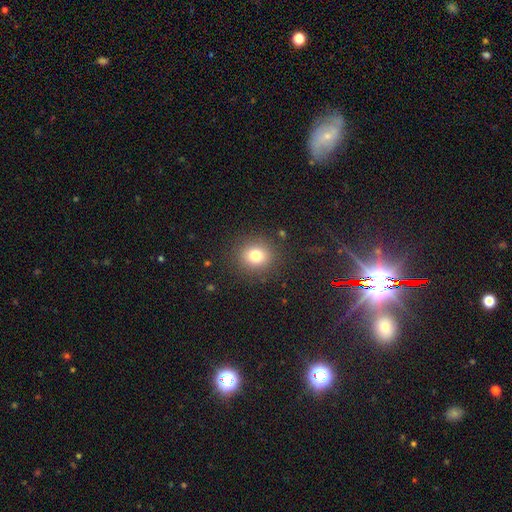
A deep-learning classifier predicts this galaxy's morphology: smooth-or-featured: smooth: 77% | star or artifact: 14% | featured or disk: 9%
  how-rounded: round: 87% | in between: 12% | cigar-shaped: 1%
  merging: none: 88% | minor disturbance: 7% | major disturbance: 4% | merger: 1%